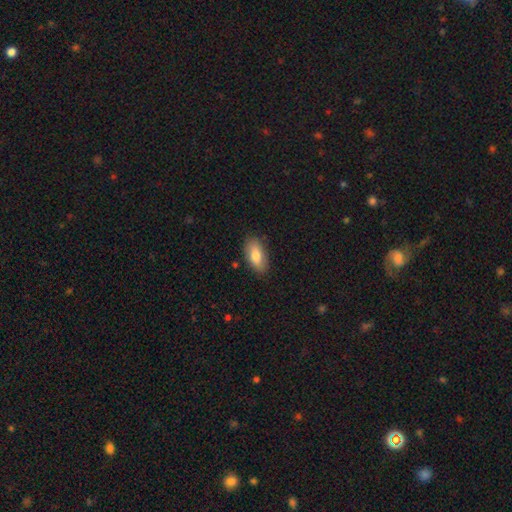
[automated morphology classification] smooth_or_featured: smooth (p=0.78) [alt: featured or disk p=0.15]
how_rounded: in between (p=0.90) [alt: cigar-shaped p=0.06]
merging: none (p=0.84) [alt: minor disturbance p=0.12]